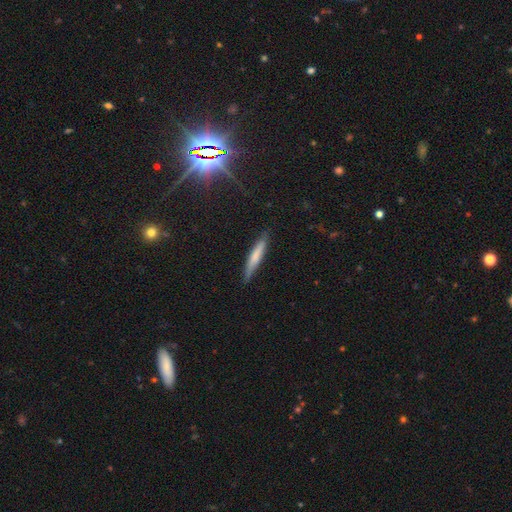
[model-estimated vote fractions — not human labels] smooth_or_featured: smooth (p=0.66) [alt: featured or disk p=0.27]
how_rounded: cigar-shaped (p=0.93) [alt: in between p=0.06]
merging: none (p=0.84) [alt: minor disturbance p=0.13]